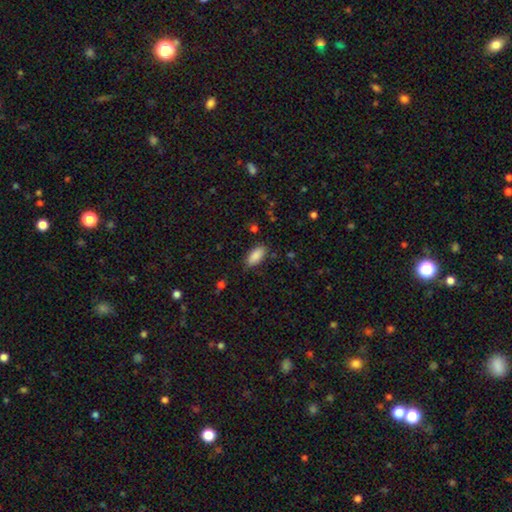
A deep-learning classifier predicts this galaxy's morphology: smooth-or-featured: smooth: 88% | star or artifact: 7% | featured or disk: 5%
  how-rounded: in between: 89% | cigar-shaped: 10% | round: 2%
  merging: none: 83% | minor disturbance: 13% | major disturbance: 3% | merger: 1%